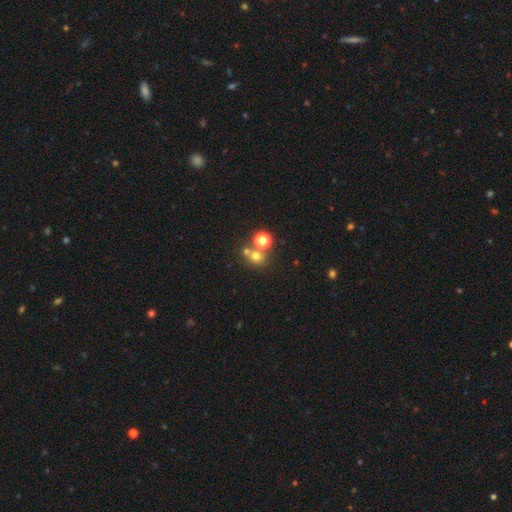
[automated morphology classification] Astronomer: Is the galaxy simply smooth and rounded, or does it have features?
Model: smooth — 66%.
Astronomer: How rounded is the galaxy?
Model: round — 80%.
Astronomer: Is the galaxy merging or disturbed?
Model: none — 54% (runner-up: merger, 34%).